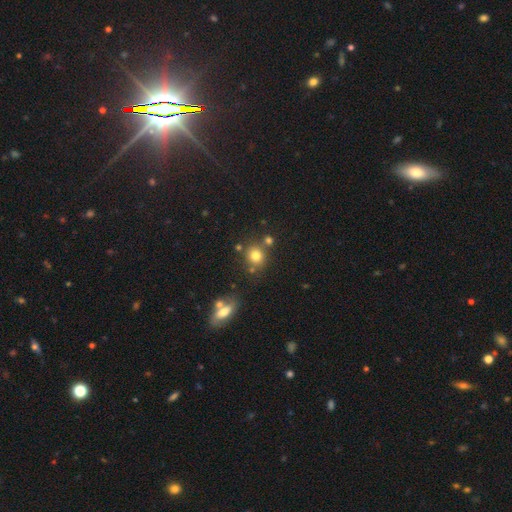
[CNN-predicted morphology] Smooth or featured? smooth (77%)
How rounded? round (83%)
Merging? none (69%)